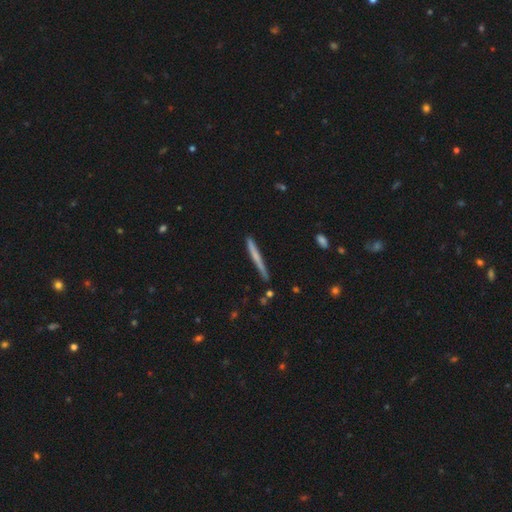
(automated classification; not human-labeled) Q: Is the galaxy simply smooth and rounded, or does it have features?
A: smooth — 54%.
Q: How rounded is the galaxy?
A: cigar-shaped — 97%.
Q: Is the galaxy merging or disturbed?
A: none — 84%.